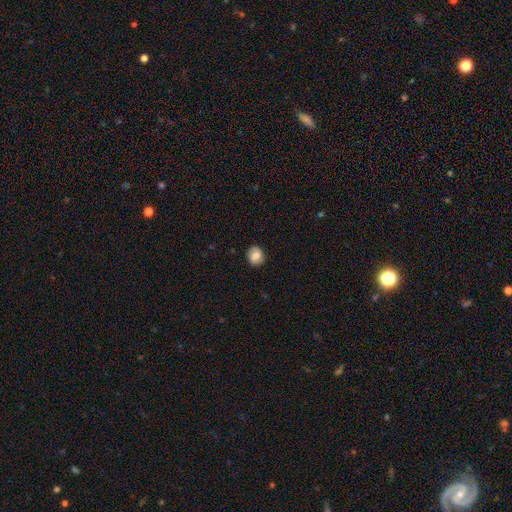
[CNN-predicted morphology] Smooth or featured: smooth — 71% (featured or disk — 21%)
How rounded: round — 71% (in between — 28%)
Merging: none — 85% (minor disturbance — 11%)